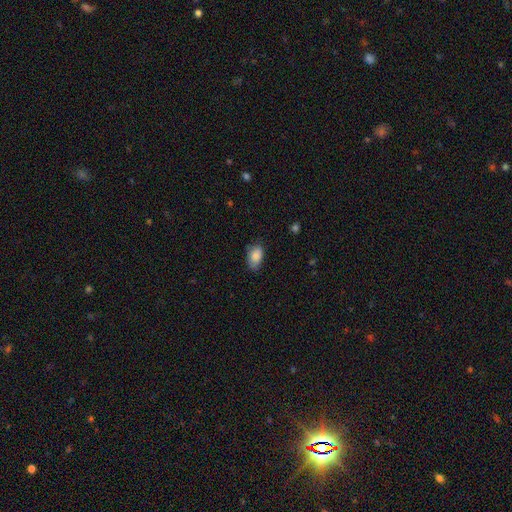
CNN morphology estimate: This appears to be a smooth galaxy with no disk features (86%) that is in between round and cigar-shaped (89%). Merging: none (69%).